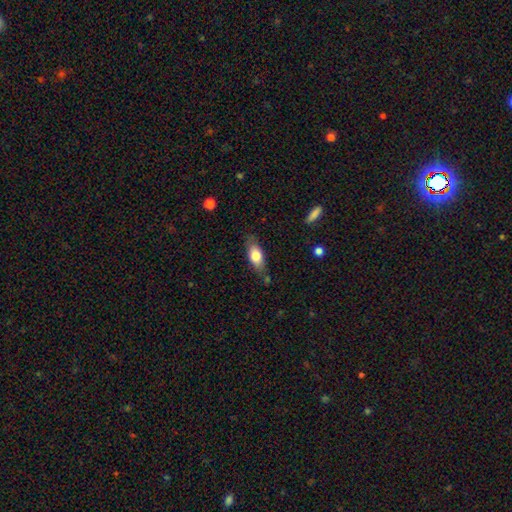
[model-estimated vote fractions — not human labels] The model was most divided on "merging": none: 73%, minor disturbance: 19%, major disturbance: 4%, merger: 3%. More confident: how rounded — in between (82%); smooth or featured — smooth (75%).